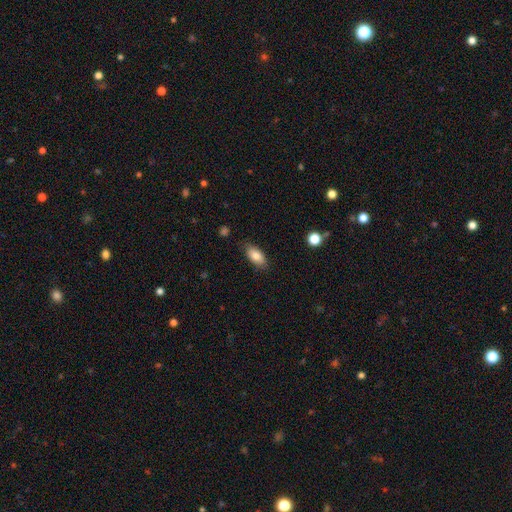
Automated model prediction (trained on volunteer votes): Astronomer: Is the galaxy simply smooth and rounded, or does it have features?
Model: smooth — 84%.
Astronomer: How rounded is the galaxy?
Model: in between — 90%.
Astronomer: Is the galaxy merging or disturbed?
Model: none — 82%.